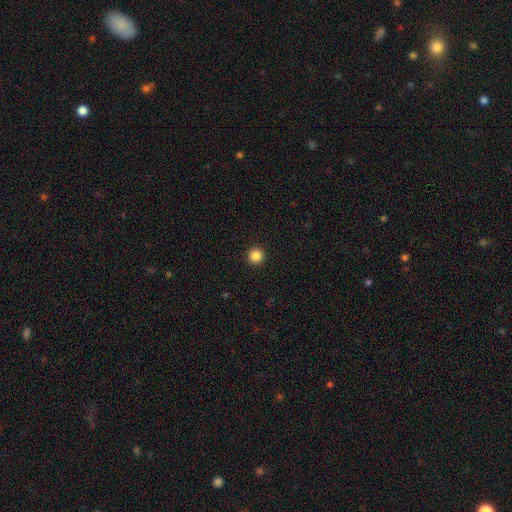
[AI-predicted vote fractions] smooth-or-featured: smooth: 85% | star or artifact: 12% | featured or disk: 3%
  how-rounded: round: 97% | in between: 3% | cigar-shaped: 1%
  merging: none: 94% | minor disturbance: 4% | major disturbance: 1% | merger: 1%